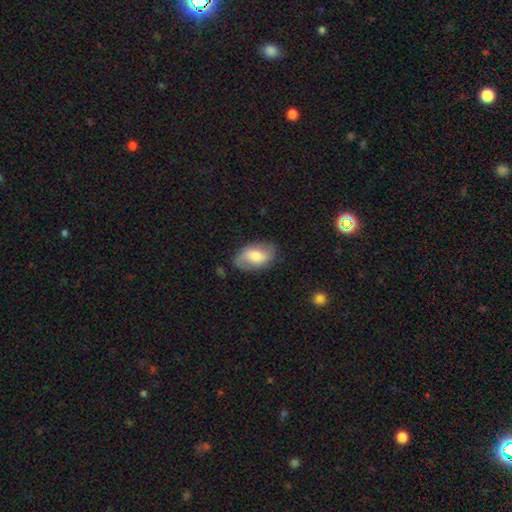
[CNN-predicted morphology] A smooth galaxy with no disk features (58%) that is in between round and cigar-shaped (92%). Merging: none (74%).